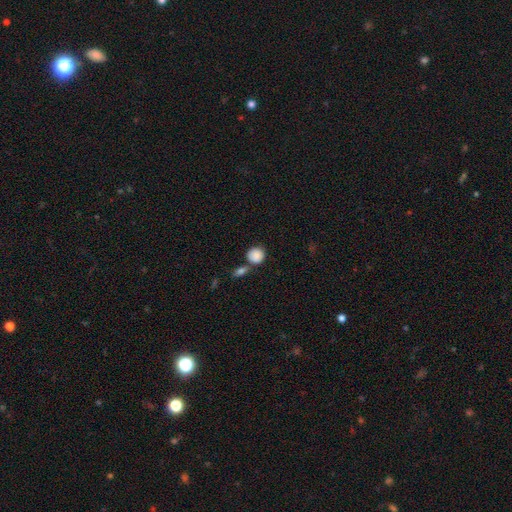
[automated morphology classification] A smooth galaxy with no disk features (87%) that is round (88%). Merging: none (63%).